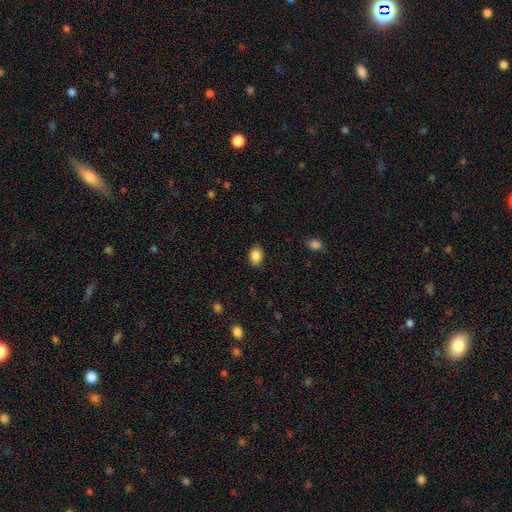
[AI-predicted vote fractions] Overall: smooth (88%). How rounded: in between (80%). Merging: none (88%).